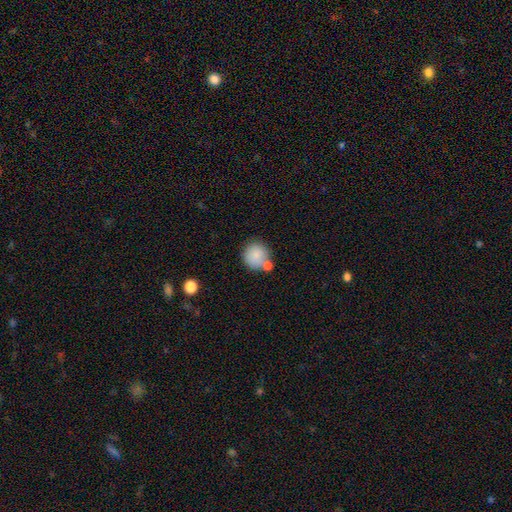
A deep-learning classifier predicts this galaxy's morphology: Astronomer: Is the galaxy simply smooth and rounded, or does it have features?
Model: smooth — 84%.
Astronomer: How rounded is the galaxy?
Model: round — 91%.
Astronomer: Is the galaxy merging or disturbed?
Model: none — 66%.